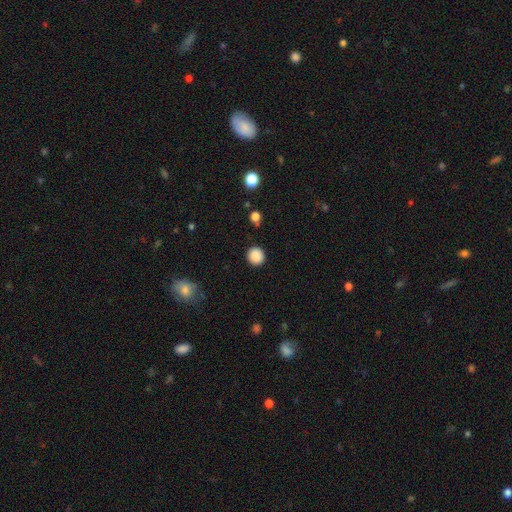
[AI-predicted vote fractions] smooth-or-featured: smooth: 88% | star or artifact: 9% | featured or disk: 3%
  how-rounded: round: 92% | in between: 8% | cigar-shaped: 1%
  merging: none: 91% | minor disturbance: 6% | major disturbance: 2% | merger: 1%